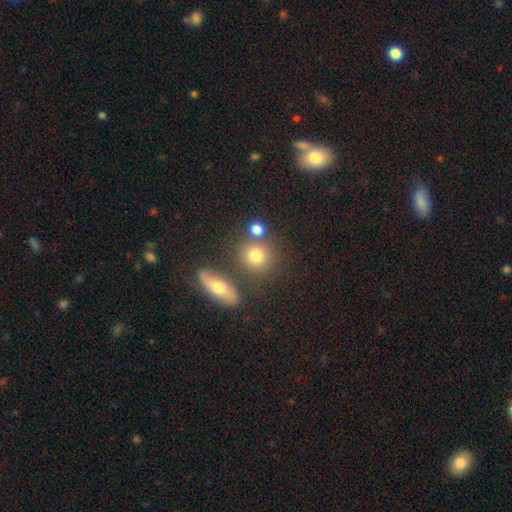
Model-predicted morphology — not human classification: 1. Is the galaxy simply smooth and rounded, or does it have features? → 76% smooth, 12% featured or disk, 12% star or artifact.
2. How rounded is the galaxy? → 82% round, 16% in between, 2% cigar-shaped.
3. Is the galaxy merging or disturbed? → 69% none, 17% merger, 9% minor disturbance, 4% major disturbance.